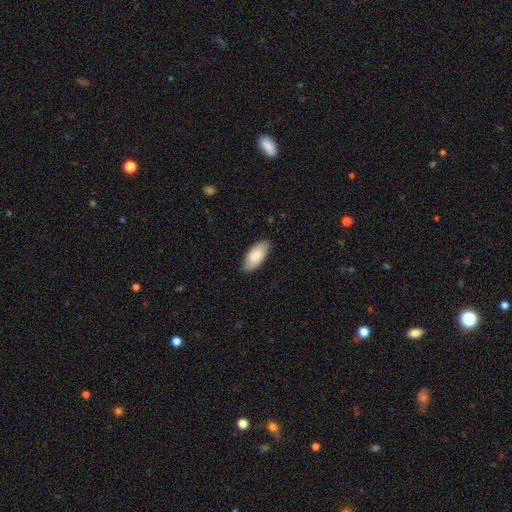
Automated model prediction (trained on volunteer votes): Q: Smooth or featured?
A: smooth (79%); runner-up: featured or disk (15%)
Q: How rounded?
A: in between (92%); runner-up: cigar-shaped (6%)
Q: Merging?
A: none (85%); runner-up: minor disturbance (12%)